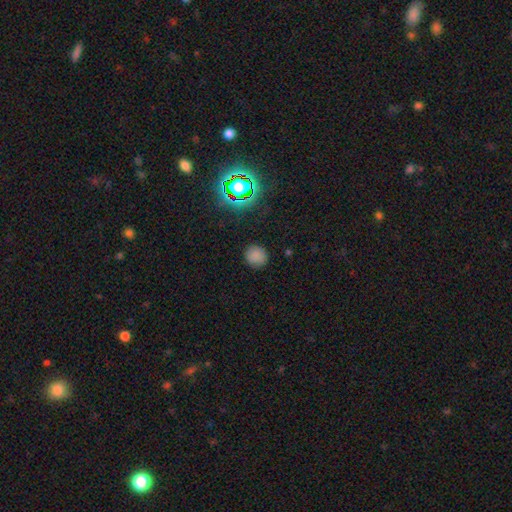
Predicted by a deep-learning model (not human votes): Smooth or featured? smooth (78%)
How rounded? round (92%)
Merging? none (87%)